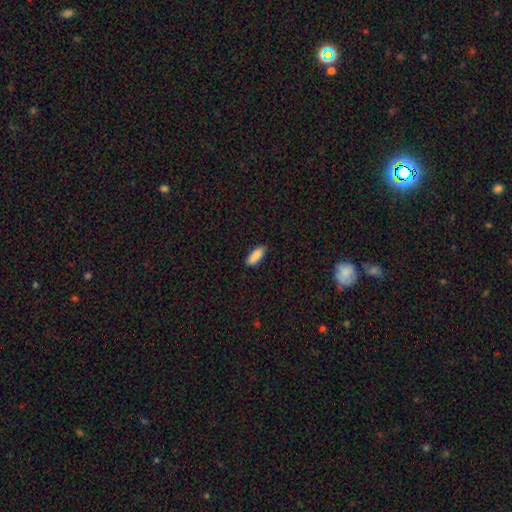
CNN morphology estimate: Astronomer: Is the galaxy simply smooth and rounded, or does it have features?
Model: smooth — 89%.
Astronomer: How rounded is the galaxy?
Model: in between — 66%.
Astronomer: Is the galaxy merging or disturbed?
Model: none — 86%.